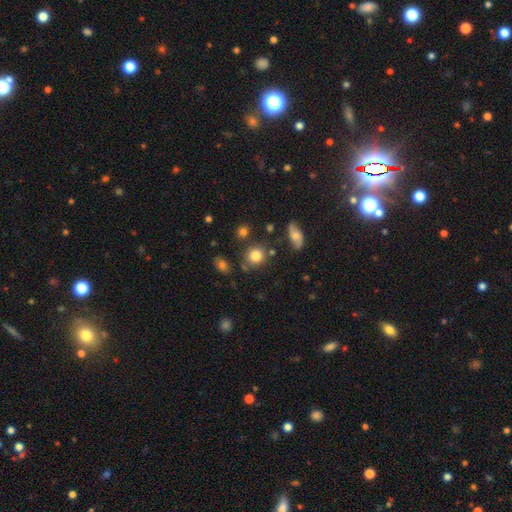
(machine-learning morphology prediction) This is clearly a smooth galaxy (81%). How rounded: clearly round (82%). Merging: likely none (74%).